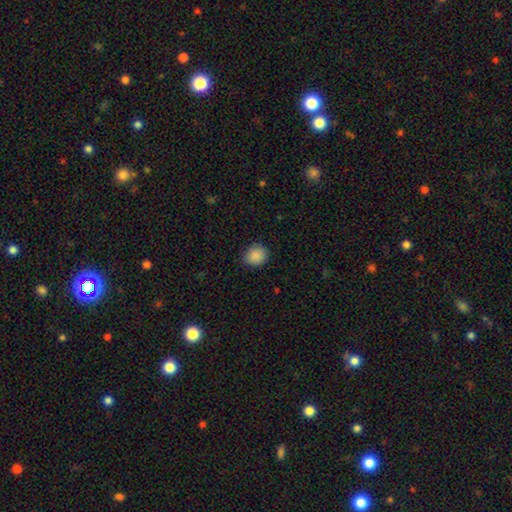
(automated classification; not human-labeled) A smooth galaxy with no disk features (89%) that is round (76%). Merging: none (86%).